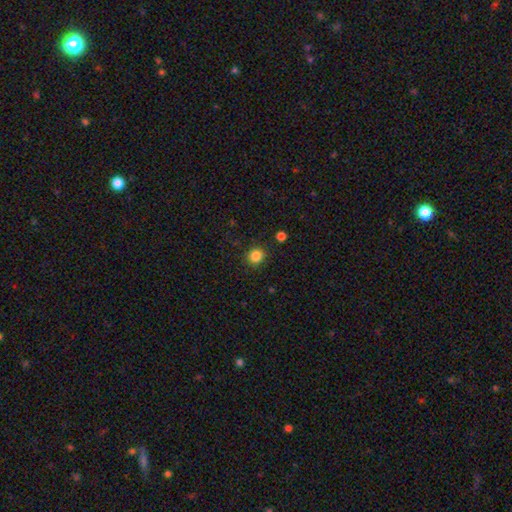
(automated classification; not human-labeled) A smooth galaxy with no disk features (85%) that is round (89%).

Vote fractions:
- Smooth or featured? smooth: 85% / star or artifact: 12% / featured or disk: 3%
- How rounded? round: 89% / in between: 10% / cigar-shaped: 1%
- Merging? none: 89% / minor disturbance: 7% / major disturbance: 2% / merger: 2%